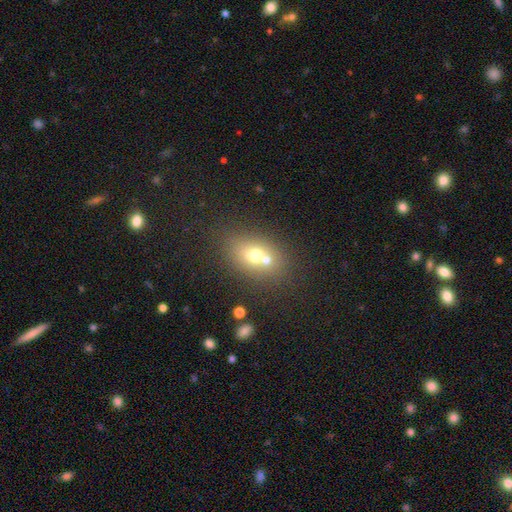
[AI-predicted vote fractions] smooth_or_featured: smooth (p=0.66) [alt: featured or disk p=0.20]
how_rounded: in between (p=0.63) [alt: round p=0.35]
merging: none (p=0.49) [alt: merger p=0.37]